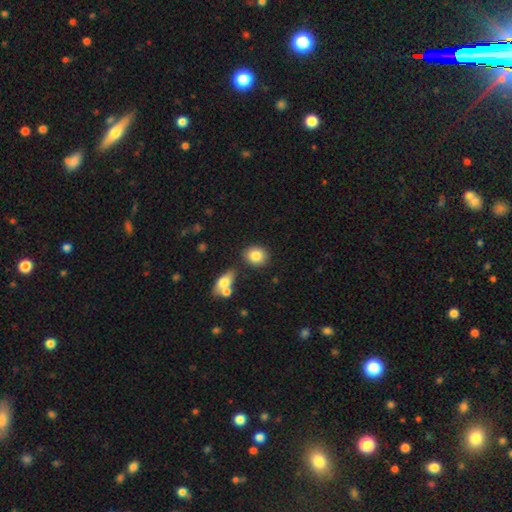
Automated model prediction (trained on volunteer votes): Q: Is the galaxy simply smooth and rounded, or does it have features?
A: smooth — 84%.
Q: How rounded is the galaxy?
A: round — 67%.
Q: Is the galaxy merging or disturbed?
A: none — 79%.